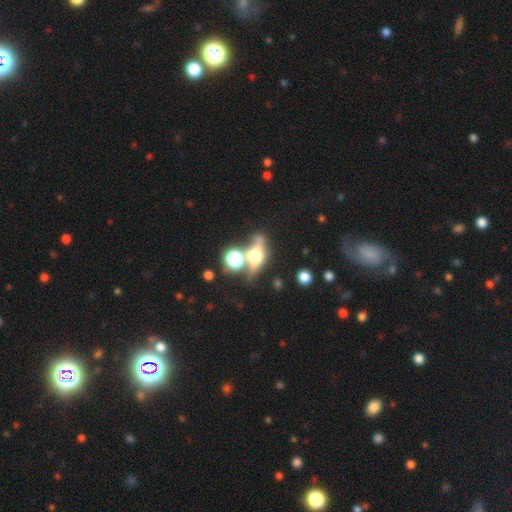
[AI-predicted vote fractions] Smooth or featured? Predicted: featured or disk (p=0.48). Merging? Predicted: none (p=0.51).